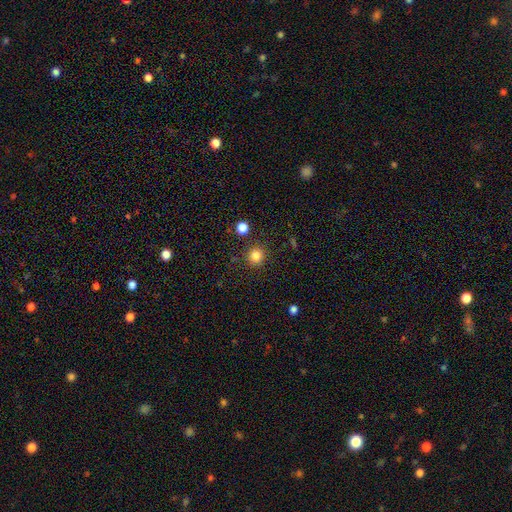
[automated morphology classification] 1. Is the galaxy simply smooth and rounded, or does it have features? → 84% smooth, 12% star or artifact, 4% featured or disk.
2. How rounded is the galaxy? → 92% round, 7% in between, 1% cigar-shaped.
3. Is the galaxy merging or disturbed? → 88% none, 6% minor disturbance, 3% merger, 3% major disturbance.